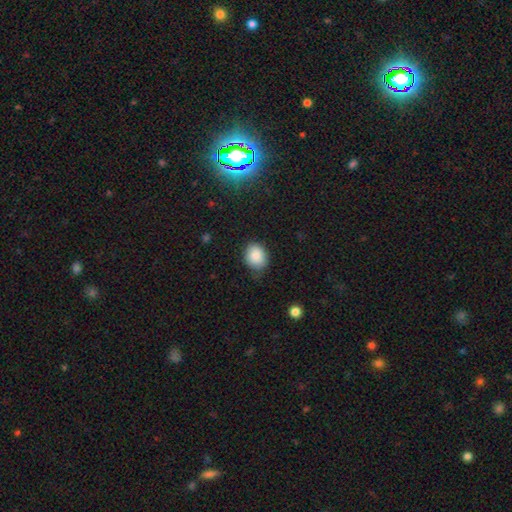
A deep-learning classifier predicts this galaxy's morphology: Smooth or featured?
  - smooth: 87% *
  - star or artifact: 8%
  - featured or disk: 5%
How rounded?
  - round: 53% *
  - in between: 46%
  - cigar-shaped: 1%
Merging?
  - none: 74% *
  - minor disturbance: 21%
  - major disturbance: 4%
  - merger: 1%